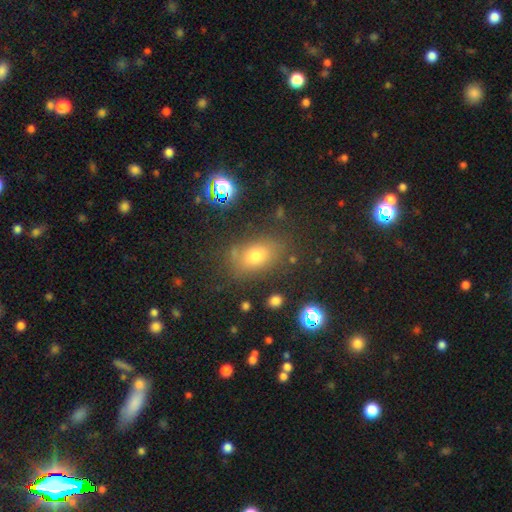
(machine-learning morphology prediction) This is likely a smooth galaxy (68%). How rounded: clearly in between (81%). Merging: likely none (75%).